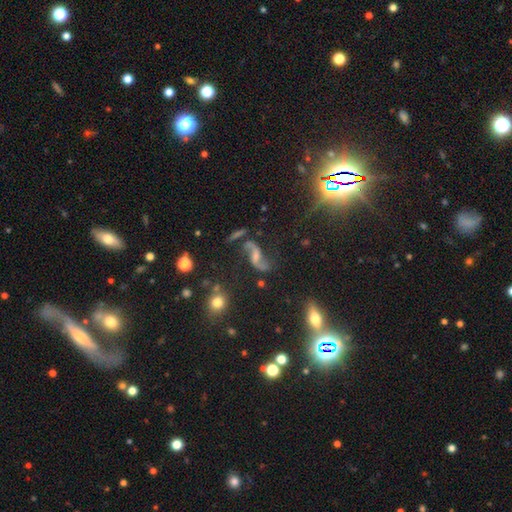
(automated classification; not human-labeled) smooth_or_featured: featured or disk (p=0.81) [alt: star or artifact p=0.12]
disk_edge_on: no (p=0.95) [alt: yes p=0.05]
bar: no (p=0.48) [alt: weak p=0.37]
has_spiral_arms: yes (p=0.95) [alt: no p=0.05]
spiral_winding: loose (p=0.81) [alt: medium p=0.15]
spiral_arm_count: 2 (p=0.93) [alt: 1 p=0.02]
bulge_size: small (p=0.39) [alt: moderate p=0.34]
merging: none (p=0.71) [alt: minor disturbance p=0.14]